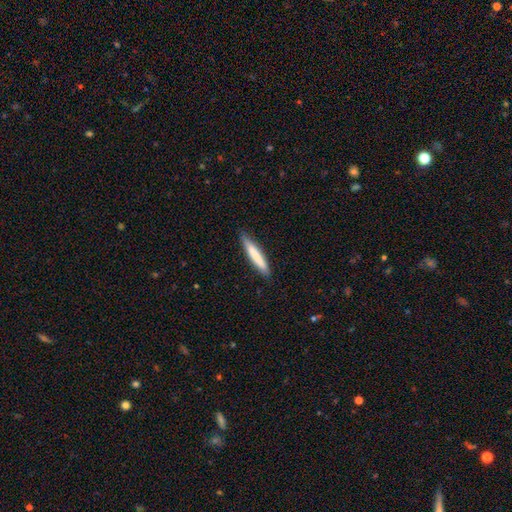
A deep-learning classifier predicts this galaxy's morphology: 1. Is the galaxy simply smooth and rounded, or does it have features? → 75% smooth, 20% featured or disk, 5% star or artifact.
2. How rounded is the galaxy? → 92% cigar-shaped, 7% in between, 1% round.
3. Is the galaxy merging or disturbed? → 86% none, 11% minor disturbance, 2% major disturbance, 1% merger.